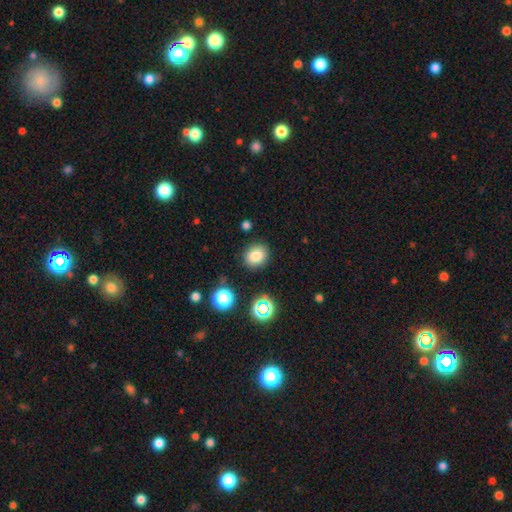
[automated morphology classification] This appears to be a smooth galaxy with no disk features (79%) that is round (62%). Merging: none (84%).